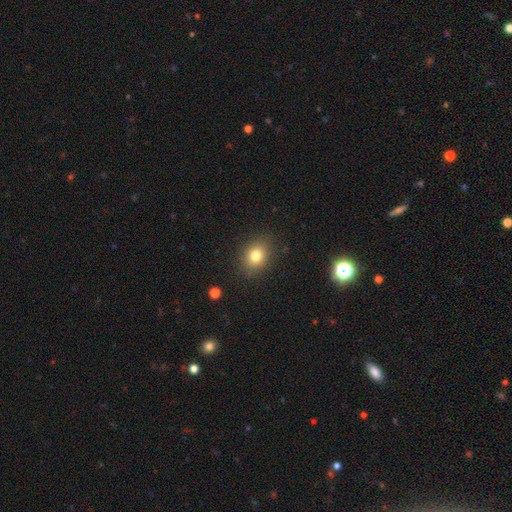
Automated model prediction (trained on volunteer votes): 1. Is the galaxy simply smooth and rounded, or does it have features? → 79% smooth, 13% star or artifact, 9% featured or disk.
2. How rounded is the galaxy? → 56% round, 43% in between, 1% cigar-shaped.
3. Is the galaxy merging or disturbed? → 85% none, 11% minor disturbance, 3% major disturbance, 1% merger.